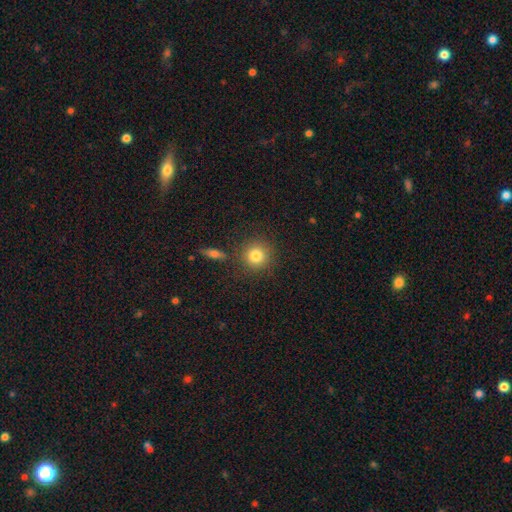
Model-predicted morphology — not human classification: Smooth or featured: smooth — 82% (star or artifact — 10%)
How rounded: round — 92% (in between — 7%)
Merging: none — 84% (minor disturbance — 8%)